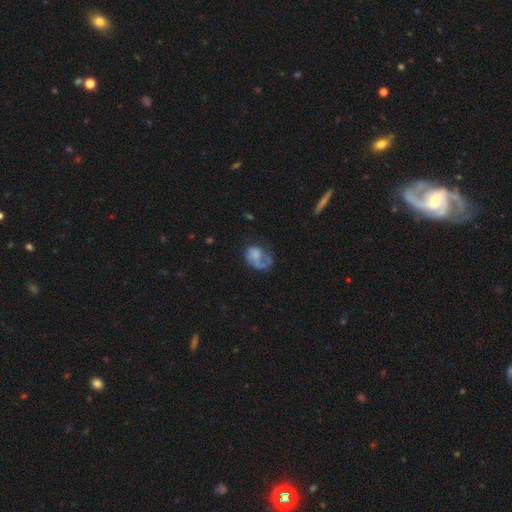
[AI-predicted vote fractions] smooth_or_featured: featured or disk (p=0.46) [alt: smooth p=0.45]
merging: major disturbance (p=0.43) [alt: none p=0.31]